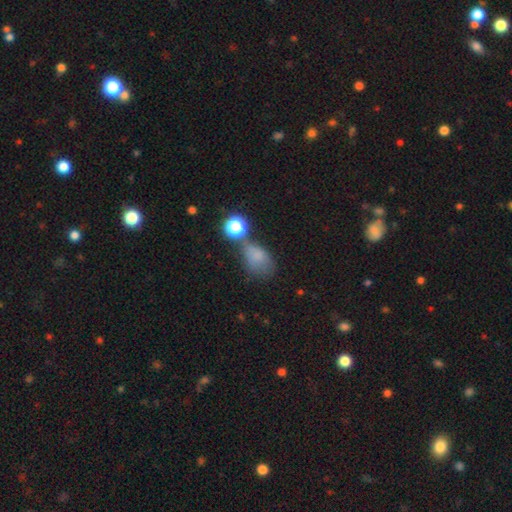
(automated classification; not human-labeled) smooth_or_featured: smooth (p=0.70) [alt: star or artifact p=0.17]
how_rounded: in between (p=0.72) [alt: round p=0.26]
merging: none (p=0.33) [alt: minor disturbance p=0.25]